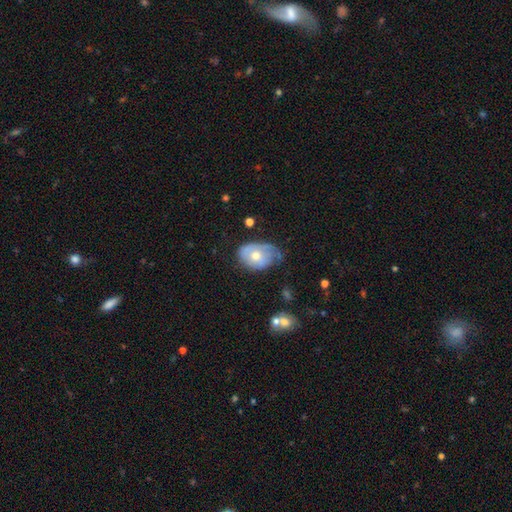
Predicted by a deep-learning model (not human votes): This appears to be a smooth galaxy with no disk features (52%) that is in between round and cigar-shaped (78%). Merging: minor disturbance (43%).